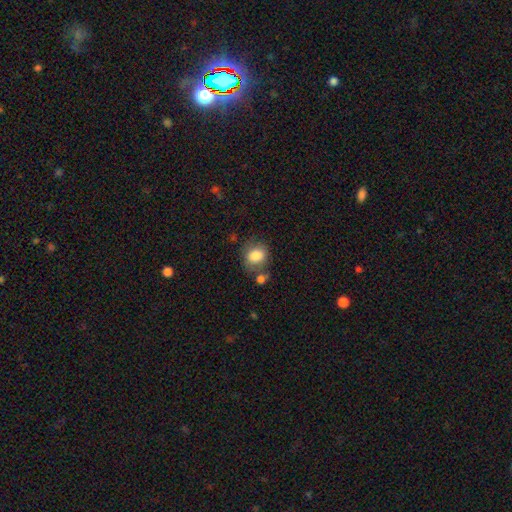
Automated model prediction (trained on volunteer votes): The model was most divided on "how rounded": round: 53%, in between: 46%, cigar-shaped: 1%. More confident: smooth or featured — smooth (83%); merging — none (57%).